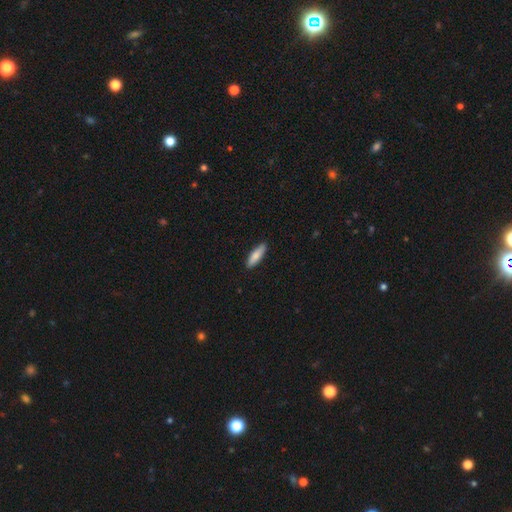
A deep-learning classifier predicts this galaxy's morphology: A smooth galaxy with no disk features (82%) that is cigar-shaped (58%).

Vote fractions:
- Smooth or featured? smooth: 82% / featured or disk: 12% / star or artifact: 5%
- How rounded? cigar-shaped: 58% / in between: 41% / round: 2%
- Merging? none: 90% / minor disturbance: 8% / major disturbance: 1% / merger: 1%